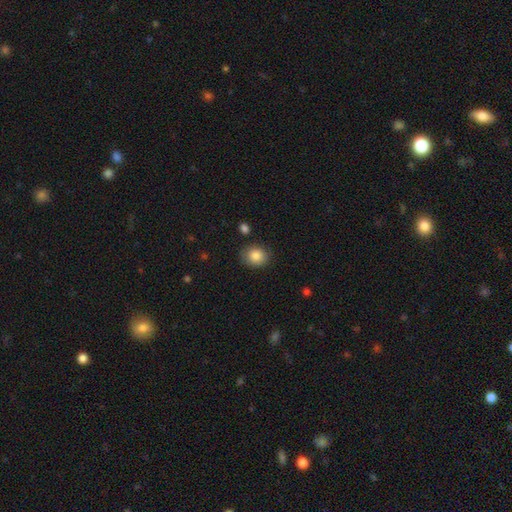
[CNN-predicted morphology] Smooth or featured? Predicted: smooth (p=0.84). How rounded? Predicted: round (p=0.61). Merging? Predicted: none (p=0.82).